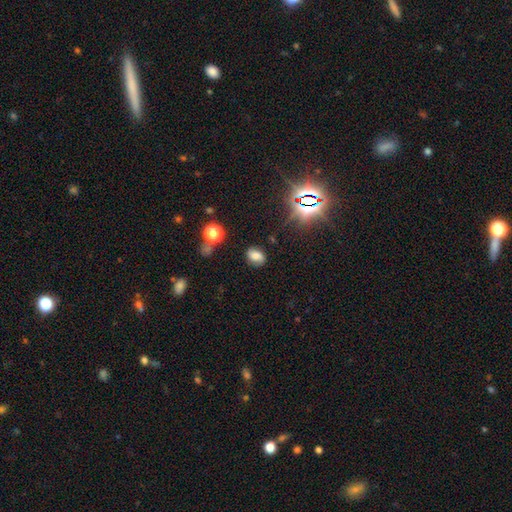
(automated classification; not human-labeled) The model was most divided on "smooth or featured": smooth: 71%, star or artifact: 18%, featured or disk: 11%. More confident: merging — none (79%); how rounded — in between (77%).